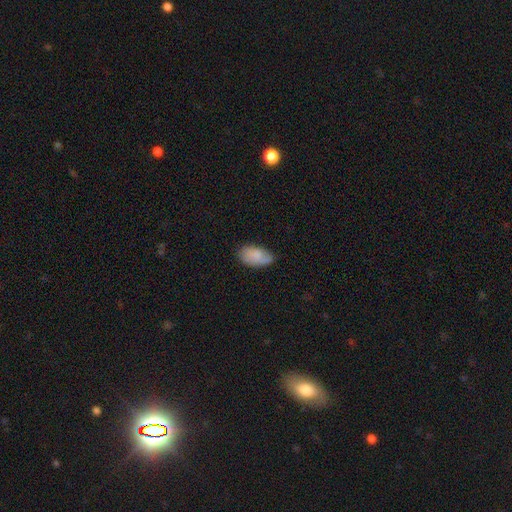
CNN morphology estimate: A smooth galaxy with no disk features (81%) that is in between round and cigar-shaped (94%).

Vote fractions:
- Smooth or featured? smooth: 81% / featured or disk: 12% / star or artifact: 7%
- How rounded? in between: 94% / round: 4% / cigar-shaped: 2%
- Merging? none: 67% / minor disturbance: 26% / major disturbance: 5% / merger: 2%